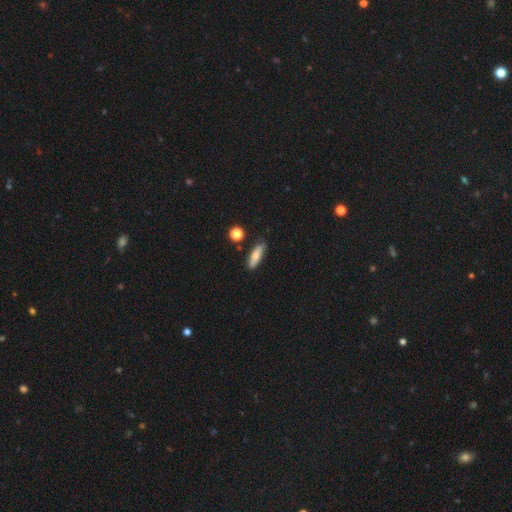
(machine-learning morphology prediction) This is likely a smooth galaxy (68%). How rounded: possibly in between (49%). Merging: likely none (80%).